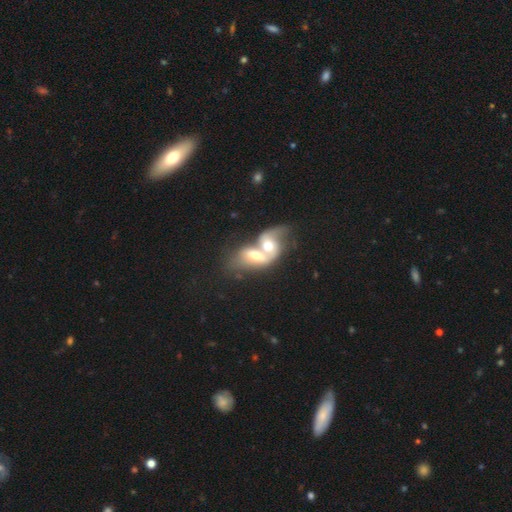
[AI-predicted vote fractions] Smooth or featured? Predicted: featured or disk (p=0.52). Edge-on disk? Predicted: no (p=0.93). Merging? Predicted: merger (p=0.84).